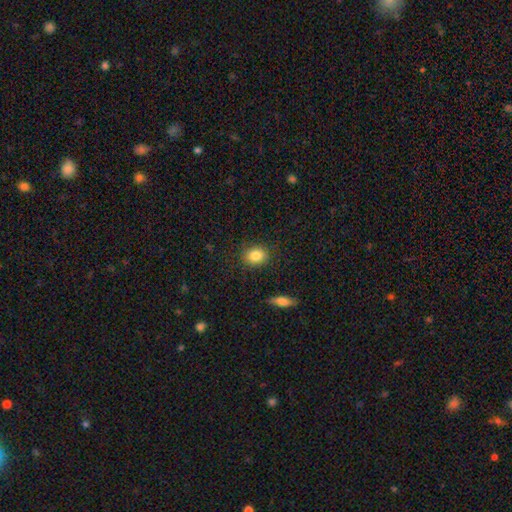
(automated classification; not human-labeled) A smooth galaxy with no disk features (84%) that is round (49%, tied with in between). Merging: none (86%).